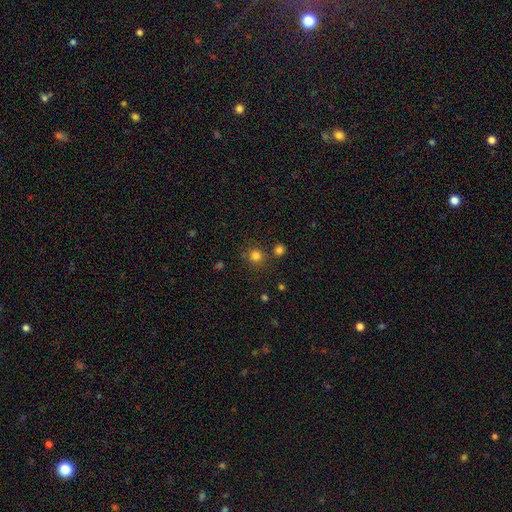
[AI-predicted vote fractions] A smooth galaxy with no disk features (80%) that is round (91%). Merging: none (80%).